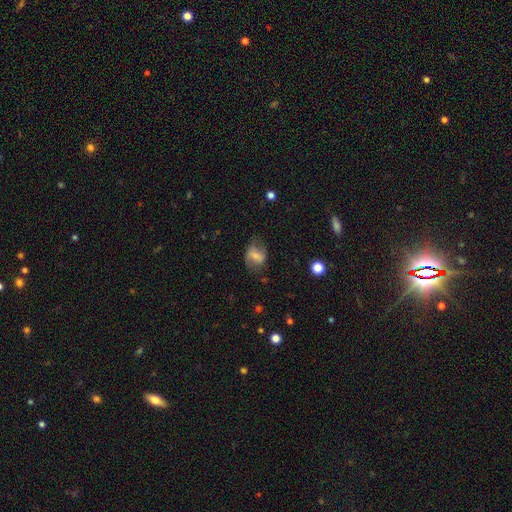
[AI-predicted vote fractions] Q: Smooth or featured?
A: smooth (50%); runner-up: featured or disk (41%)
Q: How rounded?
A: in between (65%); runner-up: round (32%)
Q: Merging?
A: none (61%); runner-up: minor disturbance (25%)